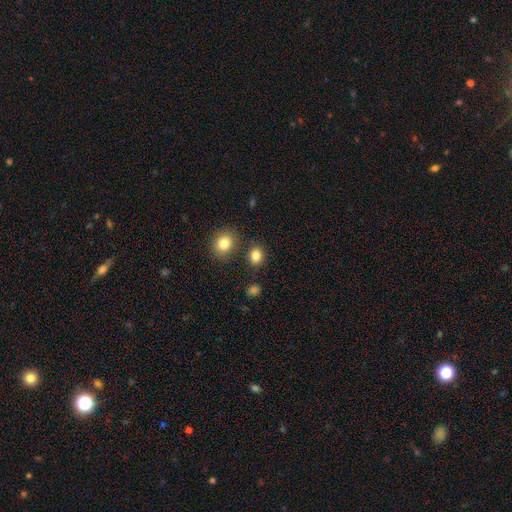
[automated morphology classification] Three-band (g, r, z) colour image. It shows a smooth galaxy with no disk features (84%) that is round (61%). Merging: none (79%).